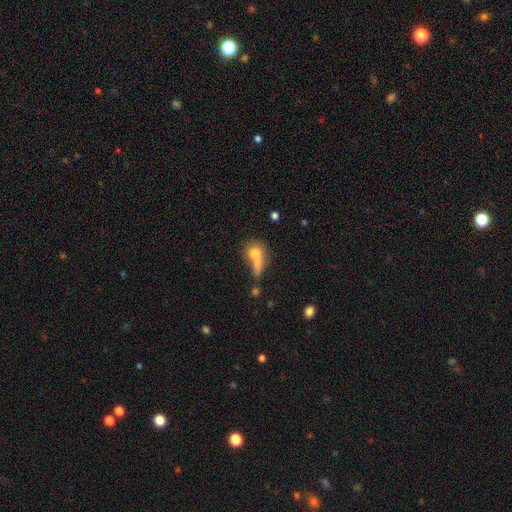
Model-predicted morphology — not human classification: smooth_or_featured: smooth (p=0.72) [alt: featured or disk p=0.19]
how_rounded: round (p=0.55) [alt: in between p=0.38]
merging: merger (p=0.57) [alt: none p=0.26]